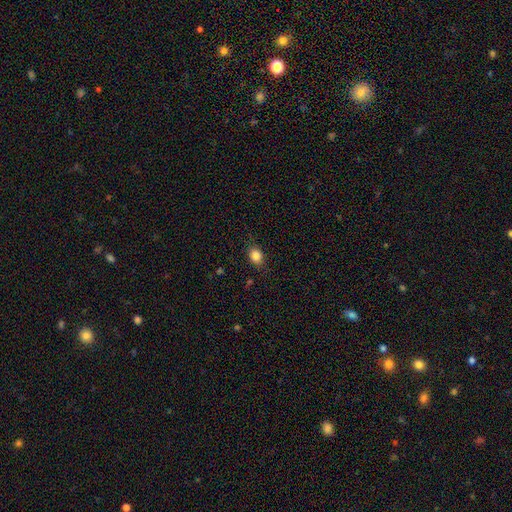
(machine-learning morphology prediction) type=smooth (84%); roundness=in between (59%); merging=none (82%).